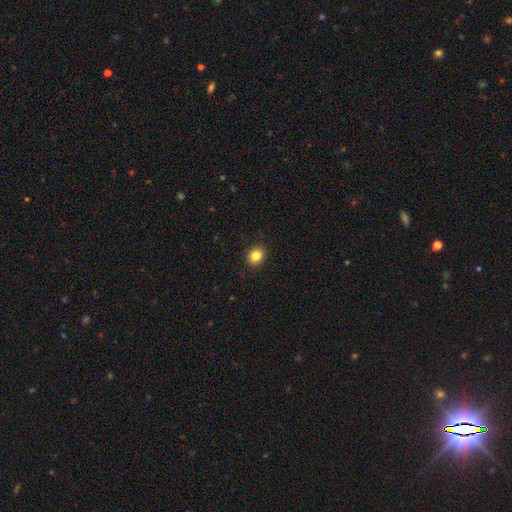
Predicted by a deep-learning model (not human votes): This is clearly a smooth galaxy (85%). How rounded: possibly round (59%). Merging: clearly none (91%).